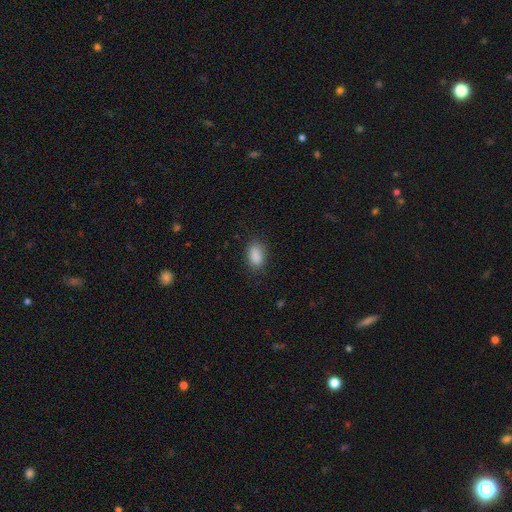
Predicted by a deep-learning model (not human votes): Overall: smooth (87%). How rounded: in between (88%). Merging: none (80%).